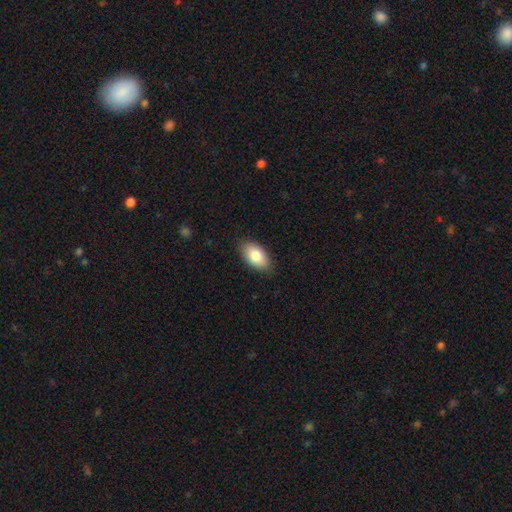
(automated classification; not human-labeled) A smooth galaxy with no disk features (83%) that is in between round and cigar-shaped (94%).

Vote fractions:
- Smooth or featured? smooth: 83% / featured or disk: 11% / star or artifact: 7%
- How rounded? in between: 94% / round: 4% / cigar-shaped: 2%
- Merging? none: 86% / minor disturbance: 11% / major disturbance: 2% / merger: 1%